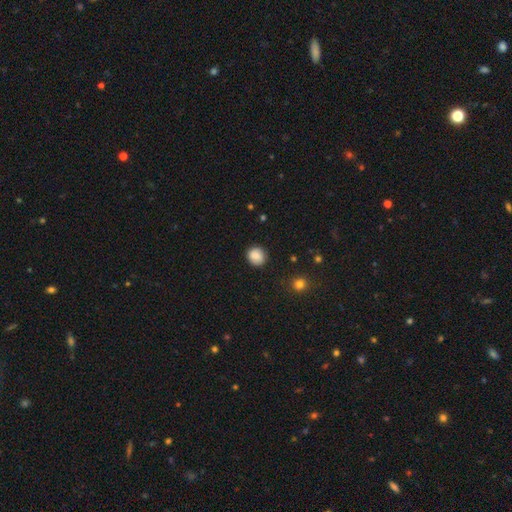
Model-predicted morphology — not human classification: A smooth galaxy with no disk features (85%) that is round (86%).

Vote fractions:
- Smooth or featured? smooth: 85% / star or artifact: 9% / featured or disk: 6%
- How rounded? round: 86% / in between: 13% / cigar-shaped: 1%
- Merging? none: 86% / minor disturbance: 10% / major disturbance: 3% / merger: 1%